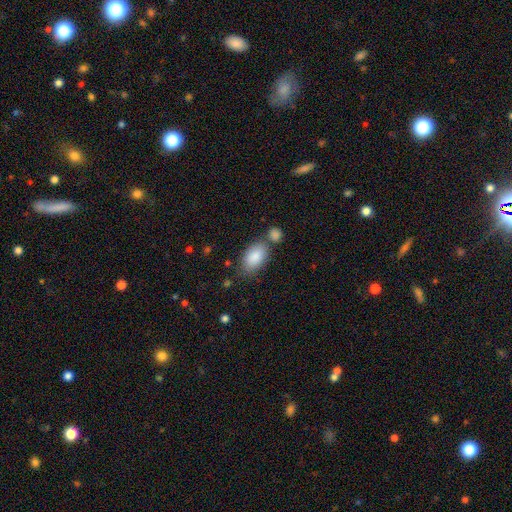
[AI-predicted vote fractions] Smooth or featured?
  - smooth: 87% *
  - featured or disk: 7%
  - star or artifact: 6%
How rounded?
  - in between: 93% *
  - round: 4%
  - cigar-shaped: 2%
Merging?
  - none: 62% *
  - merger: 18%
  - minor disturbance: 16%
  - major disturbance: 5%